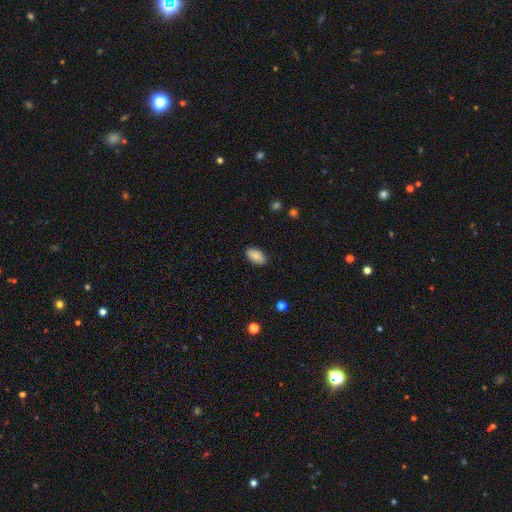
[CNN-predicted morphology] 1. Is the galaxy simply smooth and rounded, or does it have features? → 84% smooth, 9% featured or disk, 7% star or artifact.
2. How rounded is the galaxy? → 94% in between, 4% round, 2% cigar-shaped.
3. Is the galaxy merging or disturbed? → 86% none, 10% minor disturbance, 2% major disturbance, 1% merger.